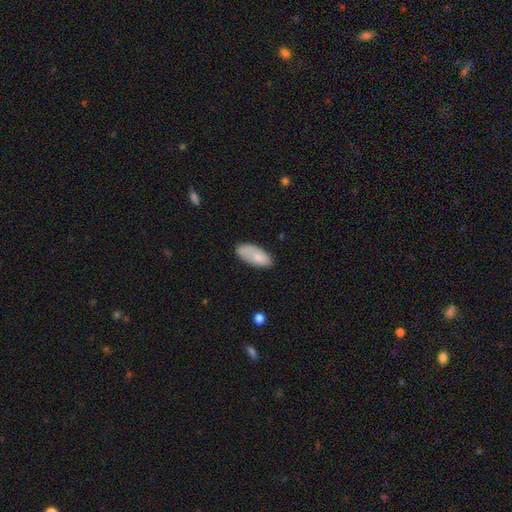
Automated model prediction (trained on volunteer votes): The model was most divided on "merging": none: 62%, minor disturbance: 27%, major disturbance: 7%, merger: 4%. More confident: how rounded — in between (87%); smooth or featured — smooth (79%).